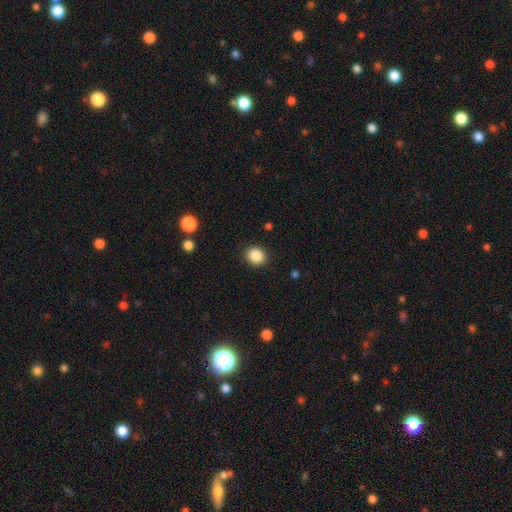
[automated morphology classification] smooth-or-featured: smooth: 87% | star or artifact: 9% | featured or disk: 4%
  how-rounded: round: 76% | in between: 23% | cigar-shaped: 1%
  merging: none: 90% | minor disturbance: 6% | major disturbance: 2% | merger: 1%